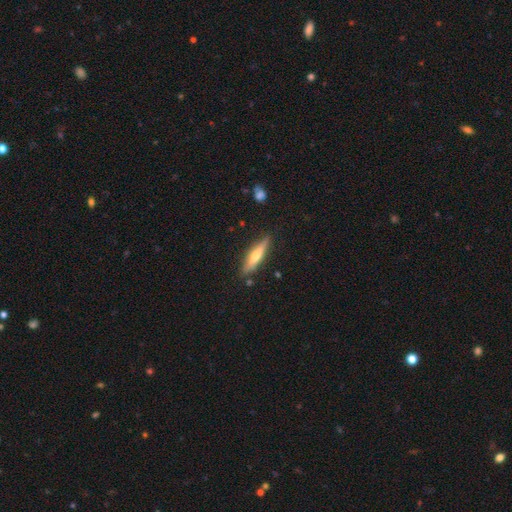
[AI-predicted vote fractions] Smooth or featured?
  - featured or disk: 49% *
  - smooth: 45%
  - star or artifact: 6%
Merging?
  - none: 86% *
  - minor disturbance: 10%
  - merger: 2%
  - major disturbance: 2%